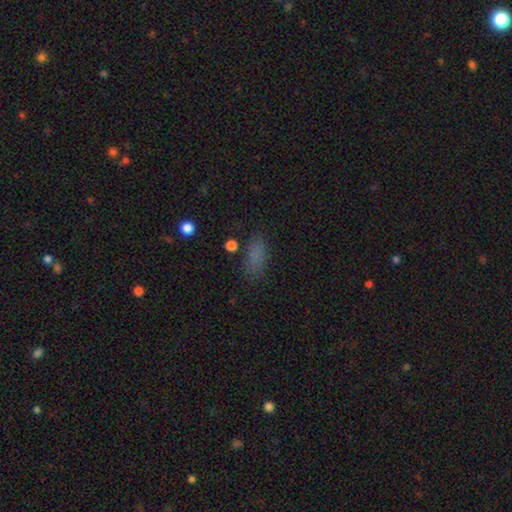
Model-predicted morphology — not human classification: This appears to be a smooth galaxy with no disk features (78%) that is in between round and cigar-shaped (83%). Merging: none (76%).